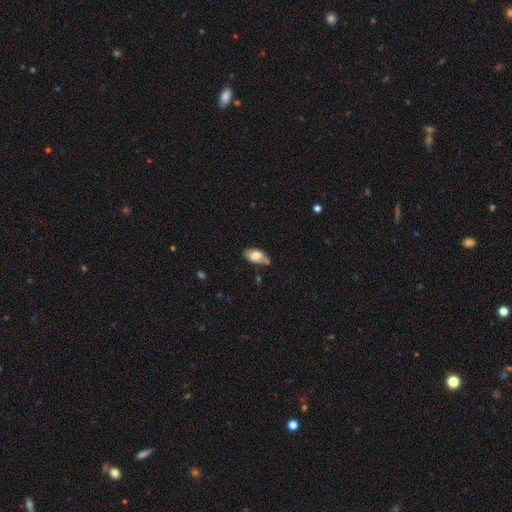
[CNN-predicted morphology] A smooth galaxy with no disk features (73%) that is in between round and cigar-shaped (93%).

Vote fractions:
- Smooth or featured? smooth: 73% / featured or disk: 20% / star or artifact: 7%
- How rounded? in between: 93% / round: 4% / cigar-shaped: 3%
- Merging? none: 66% / minor disturbance: 23% / merger: 7% / major disturbance: 4%